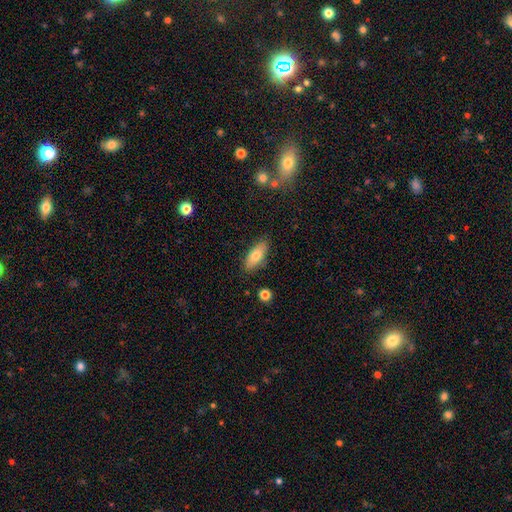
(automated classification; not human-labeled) This is likely a smooth galaxy (76%). How rounded: clearly in between (80%). Merging: clearly none (83%).